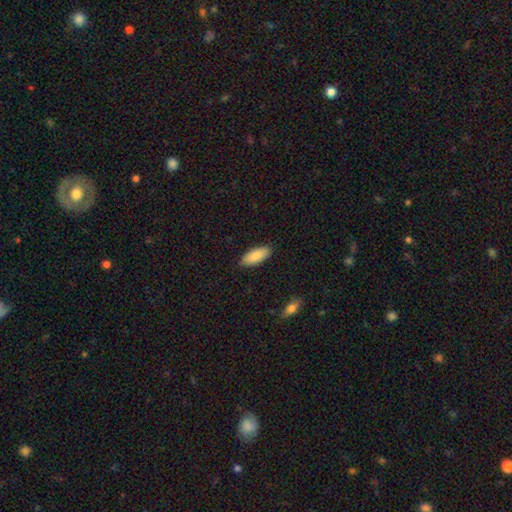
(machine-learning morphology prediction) A smooth galaxy with no disk features (87%) that is in between round and cigar-shaped (84%).

Vote fractions:
- Smooth or featured? smooth: 87% / featured or disk: 7% / star or artifact: 6%
- How rounded? in between: 84% / cigar-shaped: 14% / round: 2%
- Merging? none: 89% / minor disturbance: 9% / major disturbance: 2% / merger: 1%